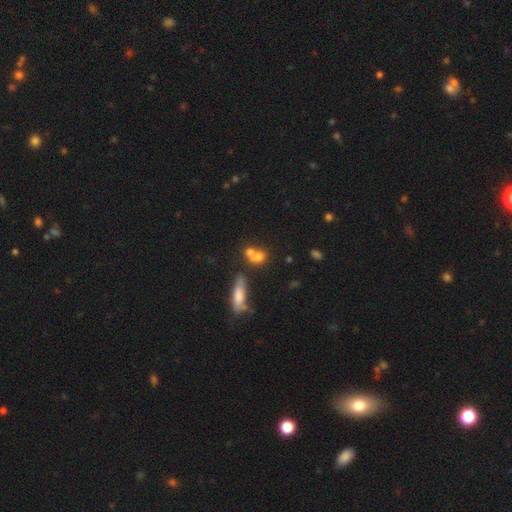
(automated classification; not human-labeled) A smooth galaxy with no disk features (67%) that is round (54%). Merging: merger (55%).